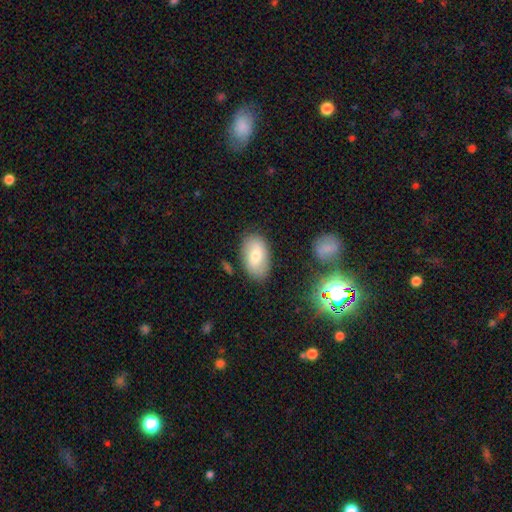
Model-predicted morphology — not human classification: Smooth or featured? Predicted: smooth (p=0.70). How rounded? Predicted: in between (p=0.93). Merging? Predicted: none (p=0.81).